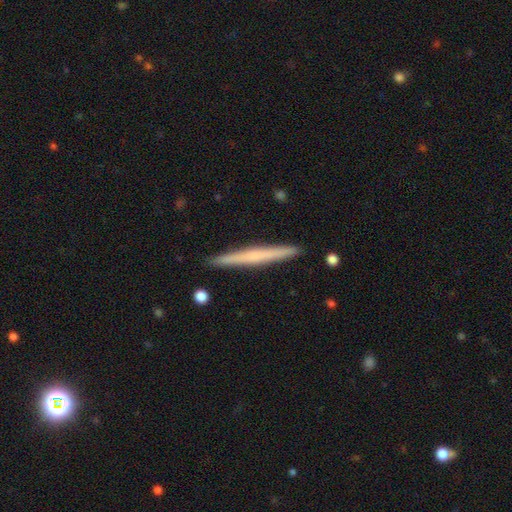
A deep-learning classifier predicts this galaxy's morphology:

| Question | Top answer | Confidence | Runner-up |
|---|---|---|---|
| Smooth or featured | featured or disk | 49% | smooth (45%) |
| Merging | none | 92% | minor disturbance (5%) |